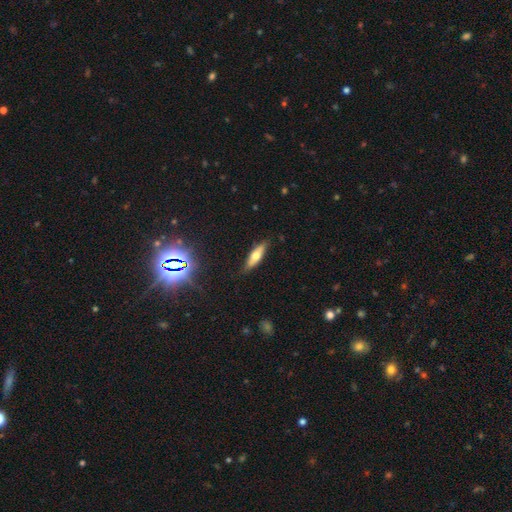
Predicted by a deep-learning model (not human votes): Smooth or featured?
  - smooth: 56% *
  - featured or disk: 35%
  - star or artifact: 9%
How rounded?
  - cigar-shaped: 55% *
  - in between: 43%
  - round: 2%
Merging?
  - none: 83% *
  - minor disturbance: 13%
  - major disturbance: 3%
  - merger: 1%